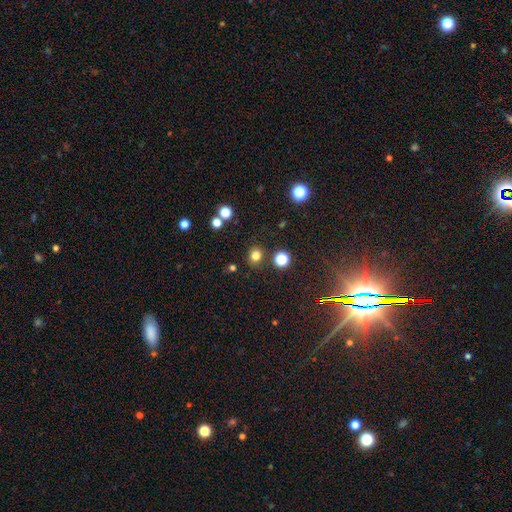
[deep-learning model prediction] The model was most divided on "smooth or featured": smooth: 78%, star or artifact: 16%, featured or disk: 5%. More confident: merging — none (86%); how rounded — round (84%).